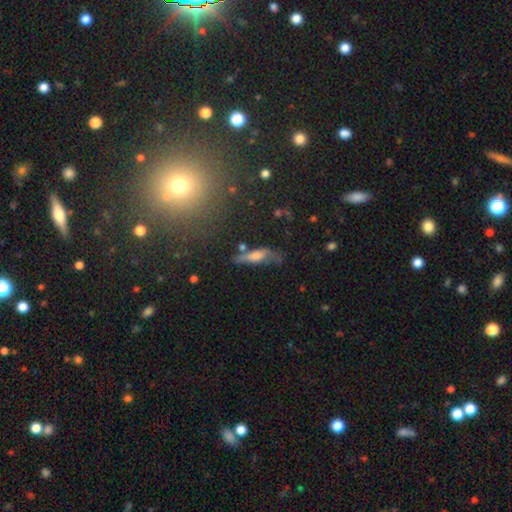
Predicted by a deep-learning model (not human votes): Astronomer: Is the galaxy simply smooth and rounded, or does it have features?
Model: smooth — 50% (runner-up: featured or disk, 39%).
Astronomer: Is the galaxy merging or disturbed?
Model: none — 43% (runner-up: minor disturbance, 30%).